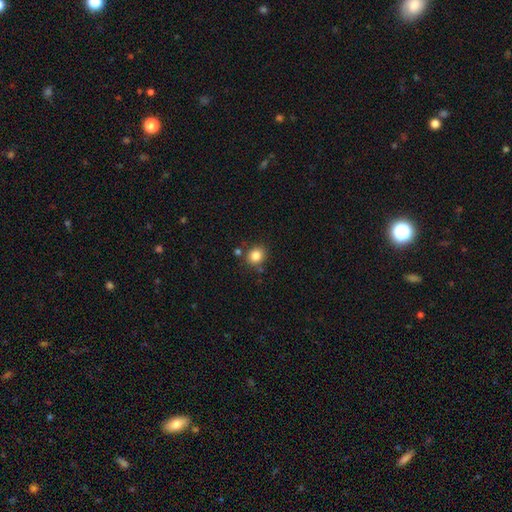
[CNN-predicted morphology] Smooth or featured?
  - smooth: 84% *
  - star or artifact: 11%
  - featured or disk: 5%
How rounded?
  - round: 77% *
  - in between: 22%
  - cigar-shaped: 1%
Merging?
  - none: 80% *
  - minor disturbance: 10%
  - merger: 7%
  - major disturbance: 3%